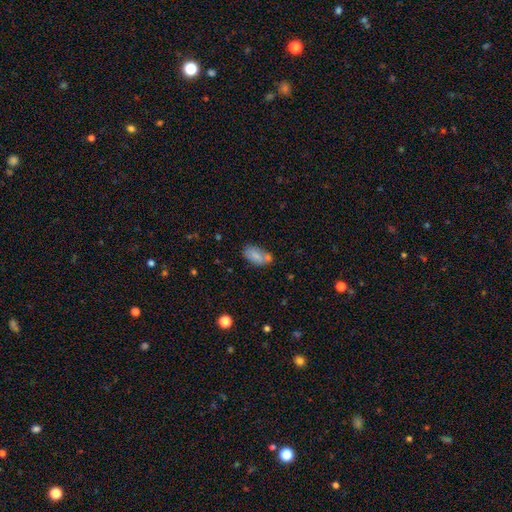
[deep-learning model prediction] A smooth galaxy with no disk features (79%) that is in between round and cigar-shaped (91%). Merging: none (52%).